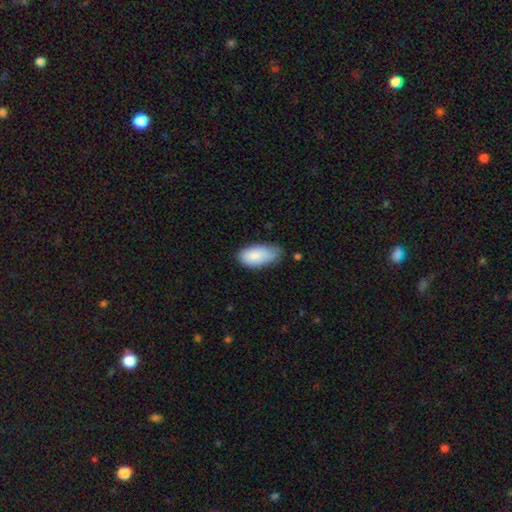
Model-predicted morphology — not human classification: The model was most divided on "merging": none: 49%, minor disturbance: 41%, major disturbance: 8%, merger: 2%. More confident: how rounded — in between (94%); smooth or featured — smooth (87%).